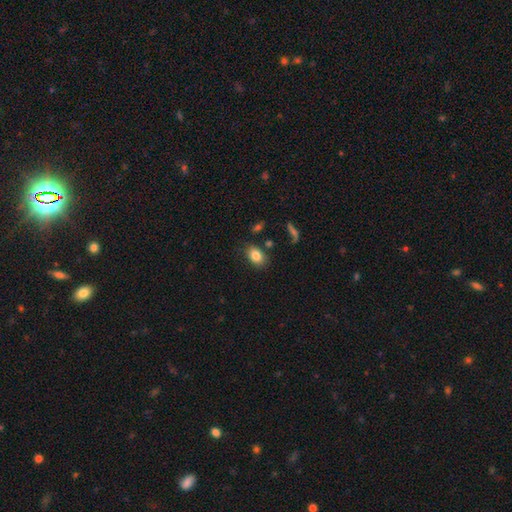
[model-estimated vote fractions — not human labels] This appears to be a smooth galaxy with no disk features (83%) that is in between round and cigar-shaped (82%). Merging: none (81%).